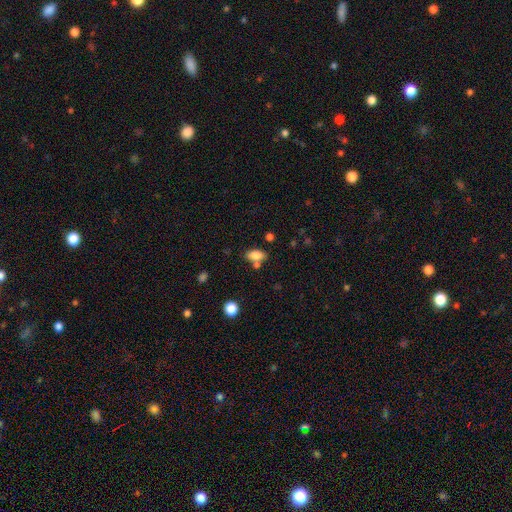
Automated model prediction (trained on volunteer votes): Smooth or featured?
  - smooth: 82% *
  - featured or disk: 9%
  - star or artifact: 9%
How rounded?
  - in between: 89% *
  - cigar-shaped: 6%
  - round: 5%
Merging?
  - none: 62% *
  - merger: 20%
  - minor disturbance: 14%
  - major disturbance: 4%